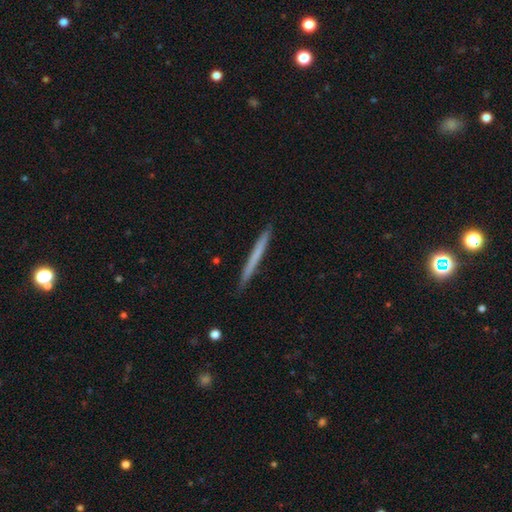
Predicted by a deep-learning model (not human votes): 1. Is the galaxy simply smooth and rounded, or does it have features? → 58% smooth, 37% featured or disk, 5% star or artifact.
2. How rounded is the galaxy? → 97% cigar-shaped, 1% in between, 1% round.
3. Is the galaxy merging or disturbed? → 90% none, 7% minor disturbance, 1% major disturbance, 1% merger.